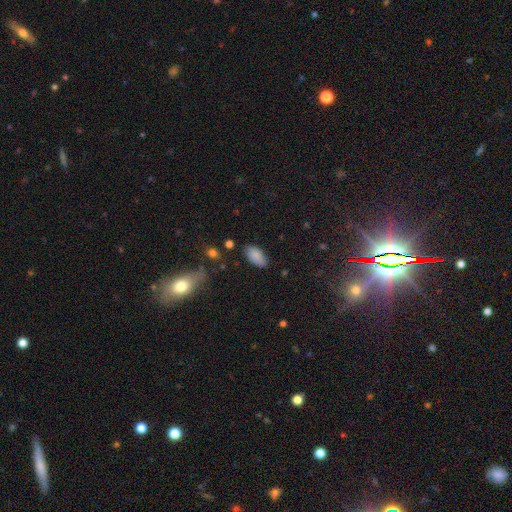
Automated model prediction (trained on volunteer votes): smooth-or-featured: smooth: 86% | star or artifact: 8% | featured or disk: 6%
  how-rounded: in between: 93% | cigar-shaped: 4% | round: 3%
  merging: none: 80% | minor disturbance: 15% | major disturbance: 3% | merger: 2%